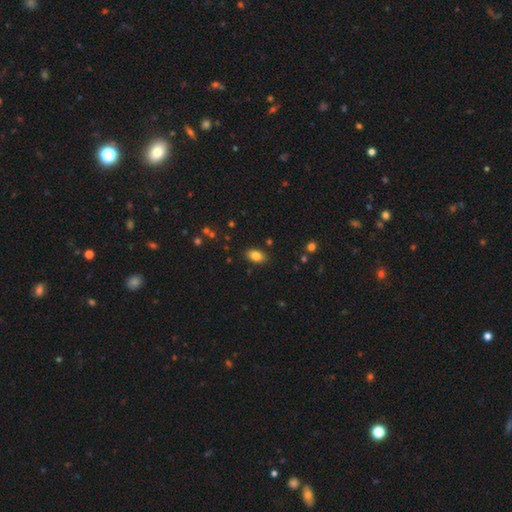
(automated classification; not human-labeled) Overall: smooth (84%). How rounded: in between (91%). Merging: none (86%).